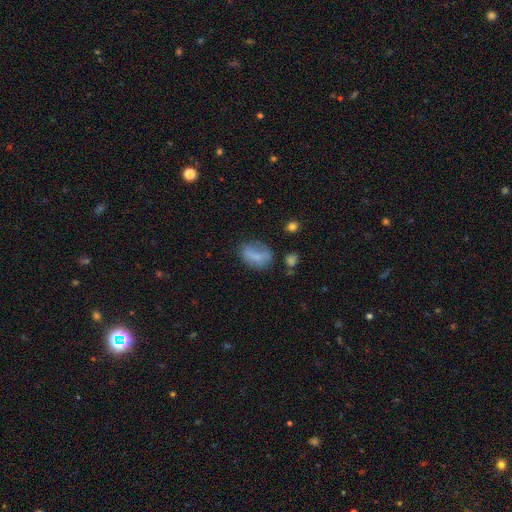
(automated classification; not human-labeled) Smooth or featured: smooth — 68% (featured or disk — 21%)
How rounded: in between — 77% (round — 21%)
Merging: none — 48% (minor disturbance — 29%)